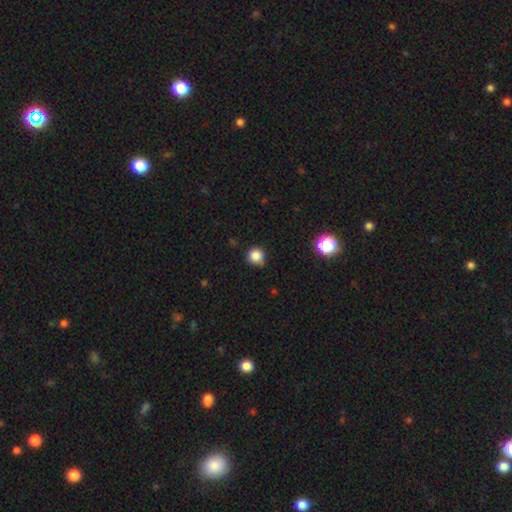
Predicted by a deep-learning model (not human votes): A smooth galaxy with no disk features (84%) that is round (92%). Merging: none (78%).